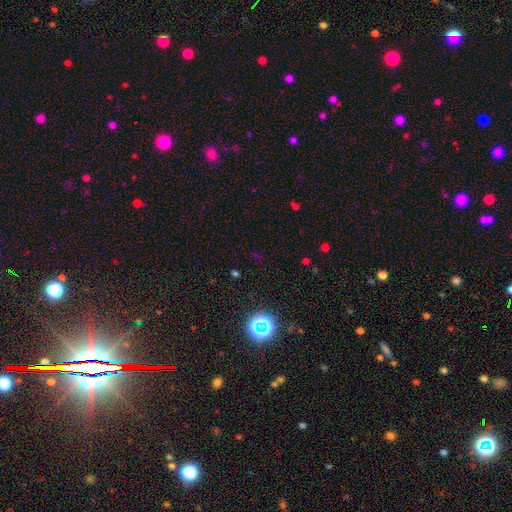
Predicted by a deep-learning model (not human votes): The model was most divided on "smooth or featured": star or artifact: 68%, smooth: 24%, featured or disk: 8%.